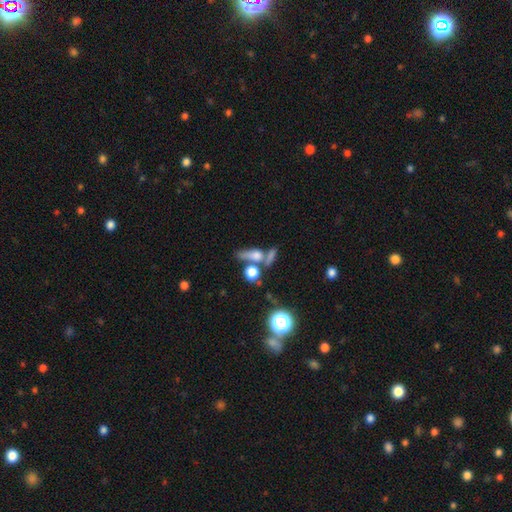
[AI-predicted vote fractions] Smooth or featured: smooth — 55% (featured or disk — 29%)
How rounded: in between — 35% (round — 33%)
Merging: none — 46% (merger — 32%)